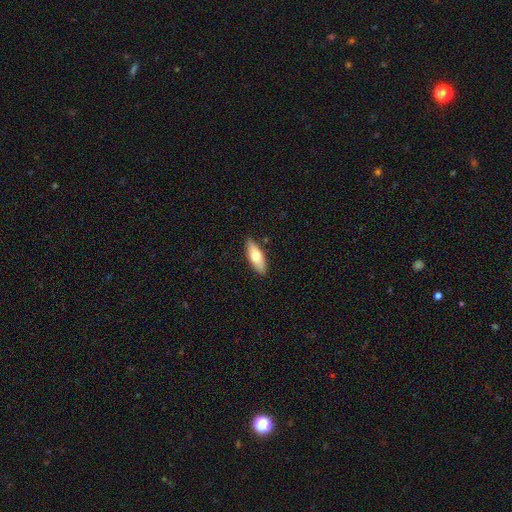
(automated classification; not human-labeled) Smooth or featured: smooth — 68% (featured or disk — 26%)
How rounded: in between — 64% (cigar-shaped — 34%)
Merging: none — 88% (minor disturbance — 9%)